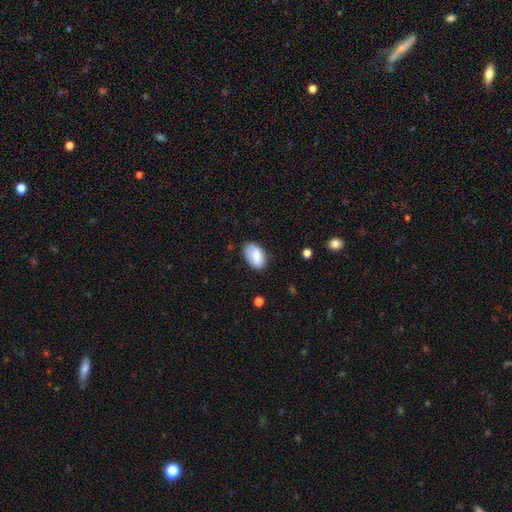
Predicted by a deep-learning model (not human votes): Overall: smooth (85%). How rounded: in between (93%). Merging: none (76%).